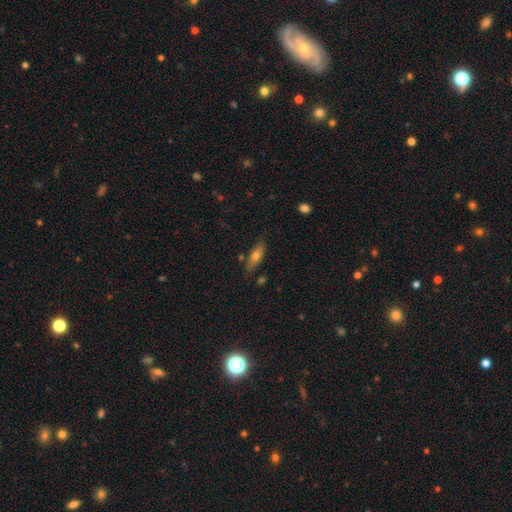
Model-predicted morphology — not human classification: Smooth or featured? Predicted: smooth (p=0.63). How rounded? Predicted: in between (p=0.58). Merging? Predicted: none (p=0.79).